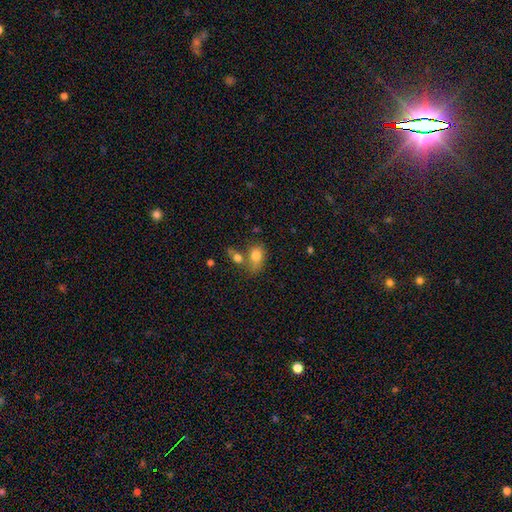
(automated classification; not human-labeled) smooth 79%, featured or disk 12%, star or artifact 9%. Down the decision tree: how rounded — in between (77%); merging — none (42%).